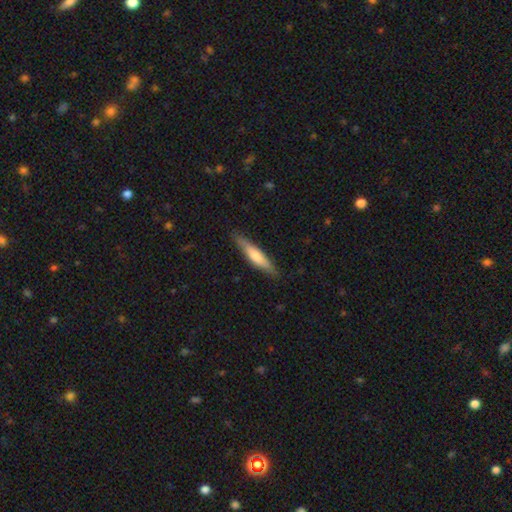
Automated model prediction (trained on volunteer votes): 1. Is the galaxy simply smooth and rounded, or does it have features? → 54% smooth, 40% featured or disk, 6% star or artifact.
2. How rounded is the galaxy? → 86% cigar-shaped, 12% in between, 1% round.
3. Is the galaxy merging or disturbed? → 87% none, 10% minor disturbance, 2% major disturbance, 1% merger.